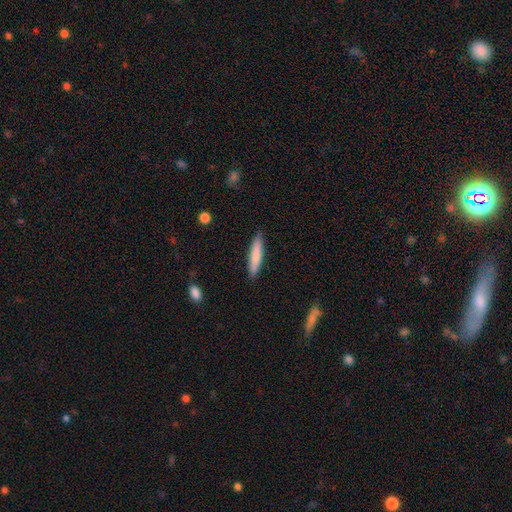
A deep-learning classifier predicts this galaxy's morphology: Q: Smooth or featured?
A: smooth (79%); runner-up: featured or disk (15%)
Q: How rounded?
A: cigar-shaped (88%); runner-up: in between (11%)
Q: Merging?
A: none (88%); runner-up: minor disturbance (9%)